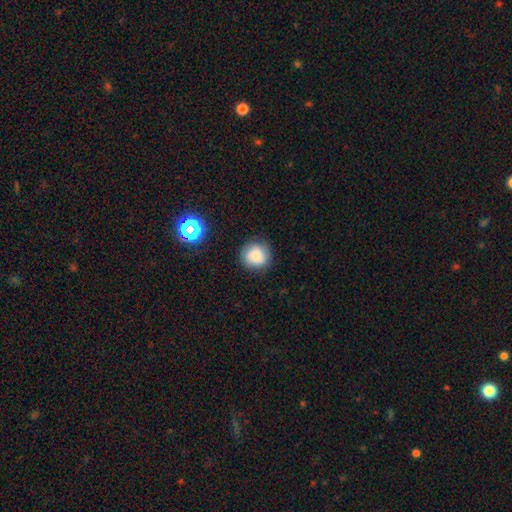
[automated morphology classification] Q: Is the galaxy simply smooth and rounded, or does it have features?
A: smooth — 80%.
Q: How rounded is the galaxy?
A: round — 92%.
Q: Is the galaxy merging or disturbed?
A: none — 85%.